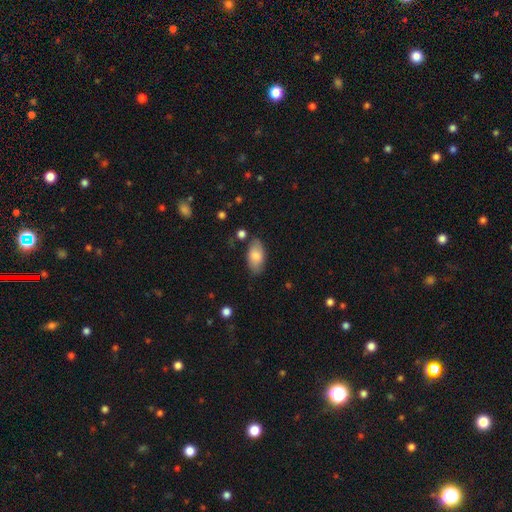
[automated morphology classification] The model was most divided on "smooth or featured": smooth: 78%, featured or disk: 15%, star or artifact: 6%. More confident: how rounded — in between (94%); merging — none (80%).